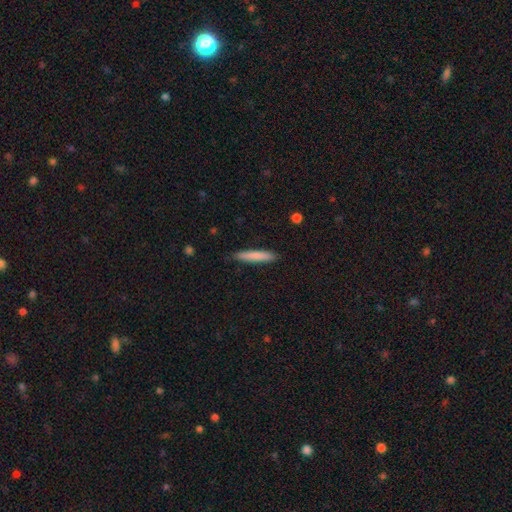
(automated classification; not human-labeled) A smooth galaxy with no disk features (80%) that is cigar-shaped (92%).

Vote fractions:
- Smooth or featured? smooth: 80% / featured or disk: 14% / star or artifact: 6%
- How rounded? cigar-shaped: 92% / in between: 6% / round: 1%
- Merging? none: 87% / minor disturbance: 10% / major disturbance: 2% / merger: 1%